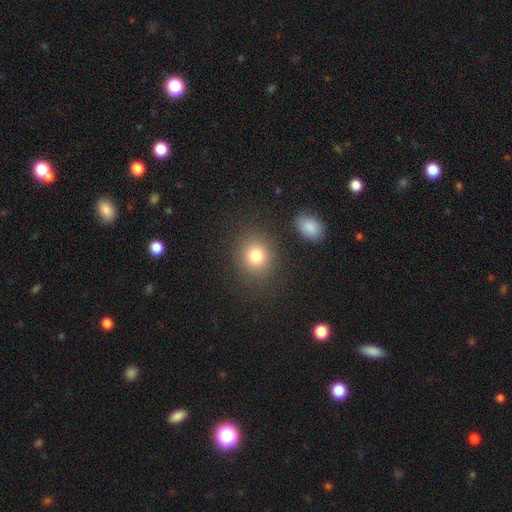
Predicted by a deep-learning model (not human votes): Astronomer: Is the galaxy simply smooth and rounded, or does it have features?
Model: smooth — 80%.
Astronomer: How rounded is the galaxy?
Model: round — 74%.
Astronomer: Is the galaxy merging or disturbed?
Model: none — 82%.